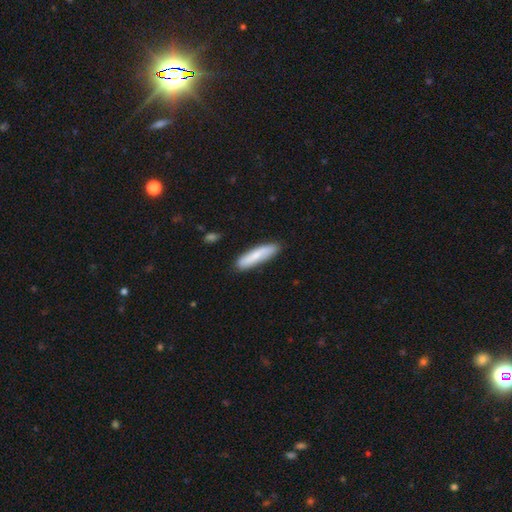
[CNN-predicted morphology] A smooth galaxy with no disk features (73%) that is cigar-shaped (79%).

Vote fractions:
- Smooth or featured? smooth: 73% / featured or disk: 22% / star or artifact: 5%
- How rounded? cigar-shaped: 79% / in between: 20% / round: 2%
- Merging? none: 85% / minor disturbance: 11% / major disturbance: 2% / merger: 2%